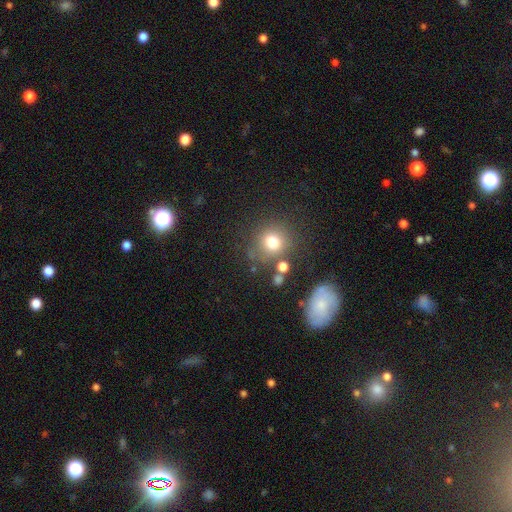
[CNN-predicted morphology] This appears to be a smooth galaxy with no disk features (65%) that is round (84%). Merging: none (76%).